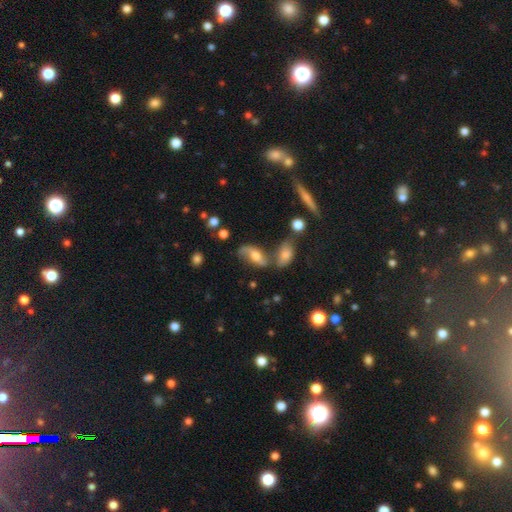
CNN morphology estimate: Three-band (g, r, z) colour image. It shows a featured or disk galaxy (62%) with no bar (51%), spiral arms (87%) and a moderate central bulge (59%). Merging: none (51%).